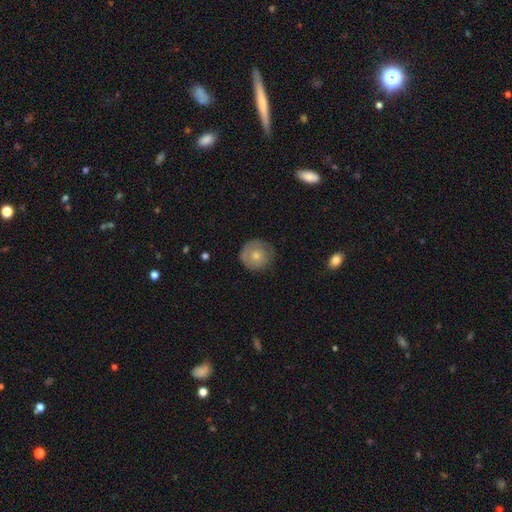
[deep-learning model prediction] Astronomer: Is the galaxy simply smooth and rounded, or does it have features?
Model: smooth — 69%.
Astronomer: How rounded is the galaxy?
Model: round — 94%.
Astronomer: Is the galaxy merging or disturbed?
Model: none — 78%.